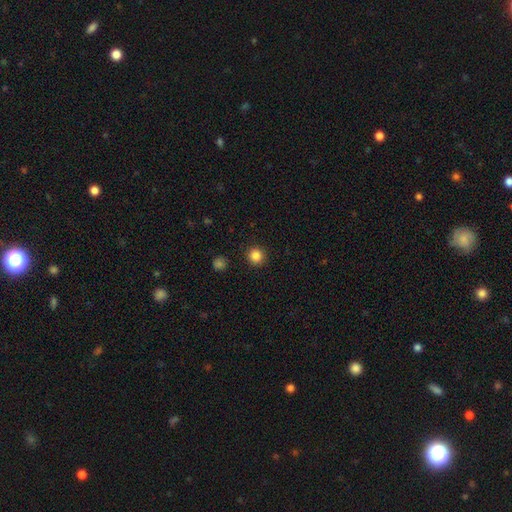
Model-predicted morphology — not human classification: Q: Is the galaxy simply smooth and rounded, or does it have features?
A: smooth — 85%.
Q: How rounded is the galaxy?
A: round — 94%.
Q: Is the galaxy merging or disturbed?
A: none — 92%.